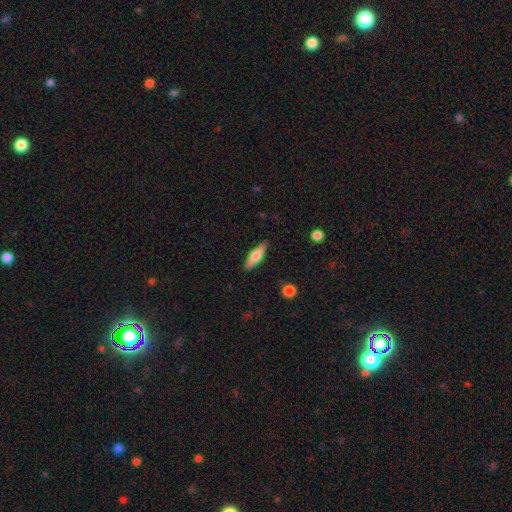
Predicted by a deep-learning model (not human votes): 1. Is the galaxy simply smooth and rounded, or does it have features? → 61% smooth, 32% featured or disk, 6% star or artifact.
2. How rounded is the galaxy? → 64% cigar-shaped, 34% in between, 2% round.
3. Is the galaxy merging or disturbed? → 87% none, 9% minor disturbance, 2% major disturbance, 1% merger.